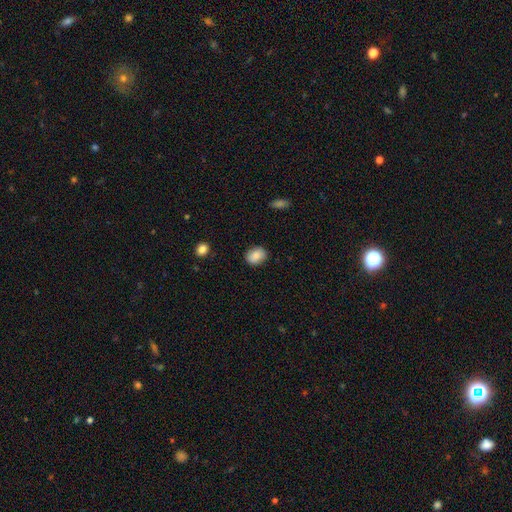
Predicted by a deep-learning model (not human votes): smooth-or-featured: smooth: 87% | star or artifact: 8% | featured or disk: 5%
  how-rounded: in between: 56% | round: 43% | cigar-shaped: 1%
  merging: none: 87% | minor disturbance: 9% | major disturbance: 2% | merger: 1%